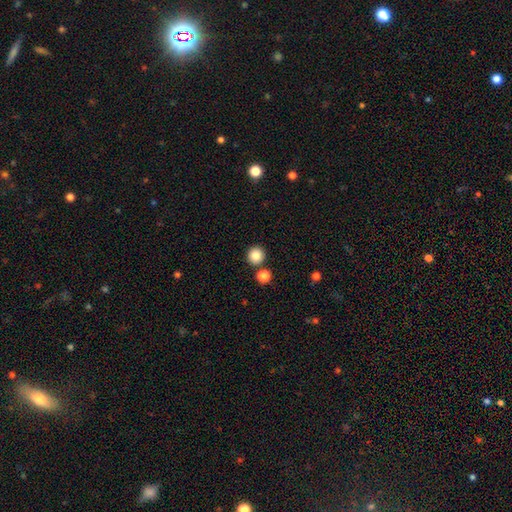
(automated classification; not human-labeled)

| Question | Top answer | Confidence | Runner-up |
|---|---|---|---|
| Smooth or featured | smooth | 85% | star or artifact (10%) |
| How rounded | round | 93% | in between (6%) |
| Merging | none | 84% | merger (8%) |